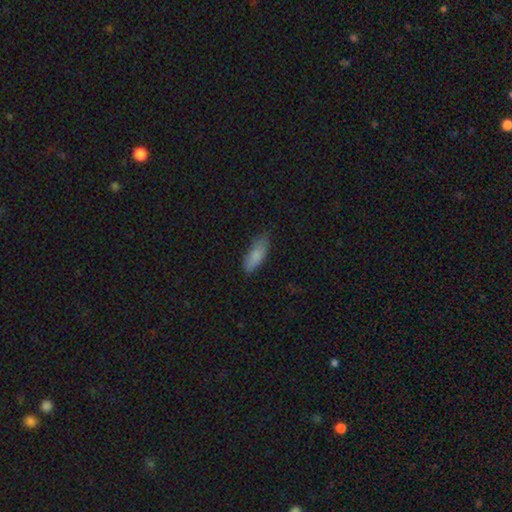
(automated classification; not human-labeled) This appears to be a smooth galaxy with no disk features (84%) that is in between round and cigar-shaped (73%). Merging: none (75%).